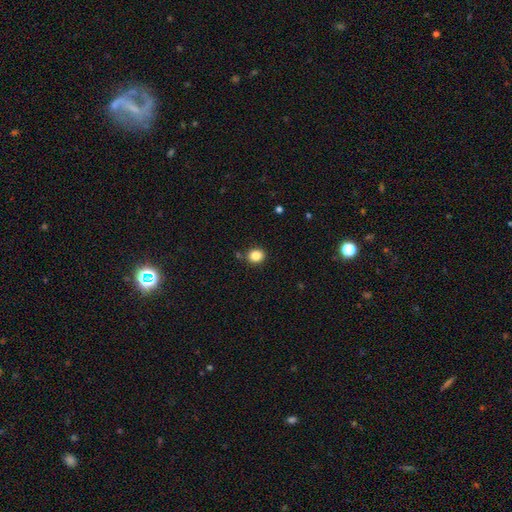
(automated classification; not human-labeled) A smooth galaxy with no disk features (86%) that is round (71%).

Vote fractions:
- Smooth or featured? smooth: 86% / star or artifact: 10% / featured or disk: 4%
- How rounded? round: 71% / in between: 28% / cigar-shaped: 1%
- Merging? none: 86% / minor disturbance: 8% / merger: 3% / major disturbance: 2%